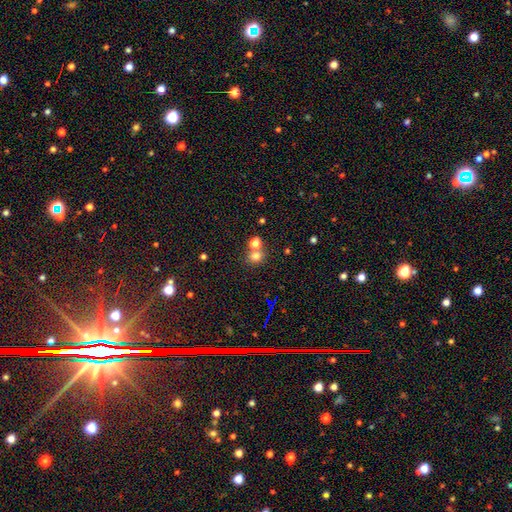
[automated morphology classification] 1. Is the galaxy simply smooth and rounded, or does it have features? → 74% smooth, 18% star or artifact, 8% featured or disk.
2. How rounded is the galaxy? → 74% round, 25% in between, 1% cigar-shaped.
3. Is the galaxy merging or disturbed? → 57% none, 33% merger, 8% minor disturbance, 3% major disturbance.